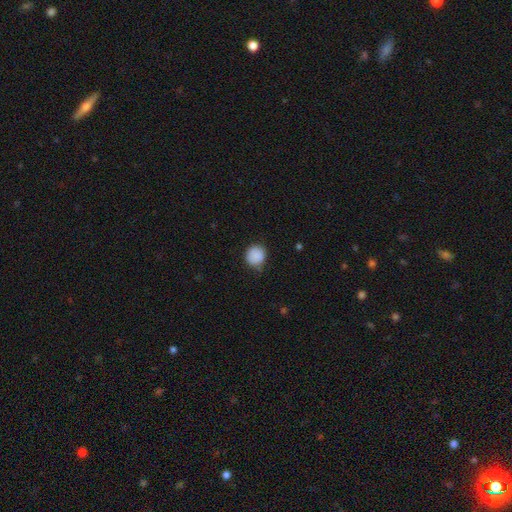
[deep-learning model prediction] smooth-or-featured: smooth: 87% | star or artifact: 8% | featured or disk: 5%
  how-rounded: round: 82% | in between: 17% | cigar-shaped: 1%
  merging: none: 69% | minor disturbance: 24% | major disturbance: 5% | merger: 2%